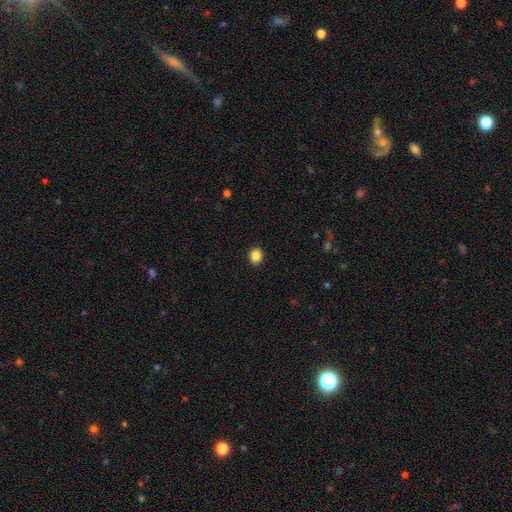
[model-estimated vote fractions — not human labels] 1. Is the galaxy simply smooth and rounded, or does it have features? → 86% smooth, 10% star or artifact, 4% featured or disk.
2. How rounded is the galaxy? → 67% round, 32% in between, 1% cigar-shaped.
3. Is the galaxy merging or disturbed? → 91% none, 6% minor disturbance, 2% major disturbance, 1% merger.